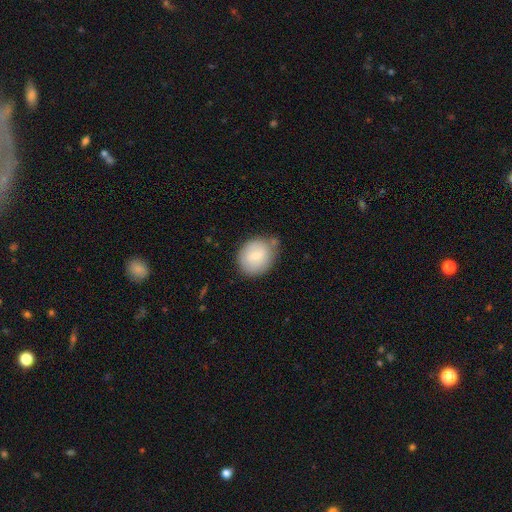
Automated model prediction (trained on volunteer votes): This appears to be a smooth galaxy with no disk features (73%) that is round (62%). Merging: none (66%).